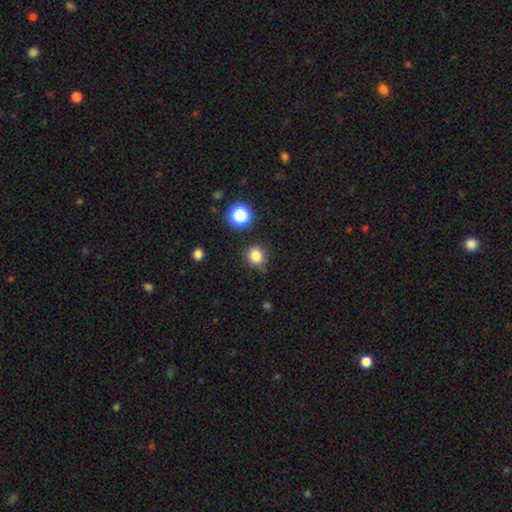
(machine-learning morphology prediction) smooth_or_featured: smooth (p=0.82) [alt: star or artifact p=0.14]
how_rounded: round (p=0.88) [alt: in between p=0.11]
merging: none (p=0.80) [alt: minor disturbance p=0.14]